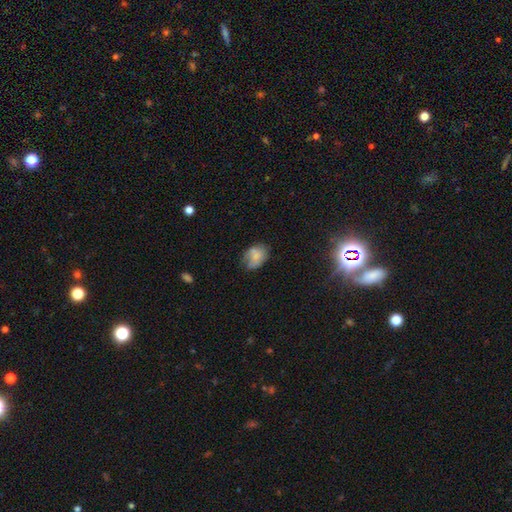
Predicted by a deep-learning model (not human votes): Q: Smooth or featured?
A: smooth (66%); runner-up: featured or disk (25%)
Q: How rounded?
A: in between (75%); runner-up: round (23%)
Q: Merging?
A: none (48%); runner-up: minor disturbance (31%)